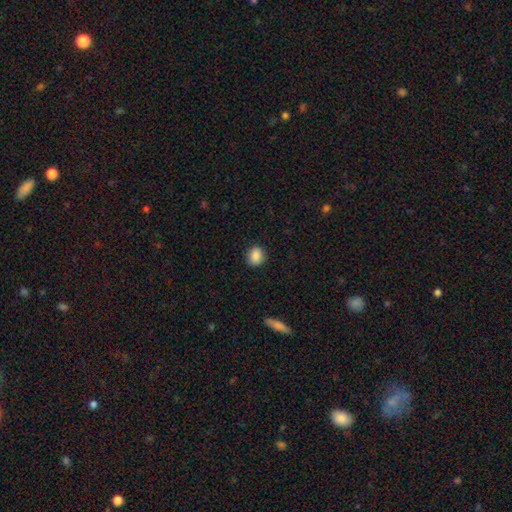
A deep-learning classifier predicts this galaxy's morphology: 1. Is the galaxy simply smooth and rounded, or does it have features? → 88% smooth, 8% star or artifact, 4% featured or disk.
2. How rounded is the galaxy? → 66% round, 33% in between, 1% cigar-shaped.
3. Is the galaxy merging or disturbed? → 88% none, 9% minor disturbance, 2% major disturbance, 1% merger.